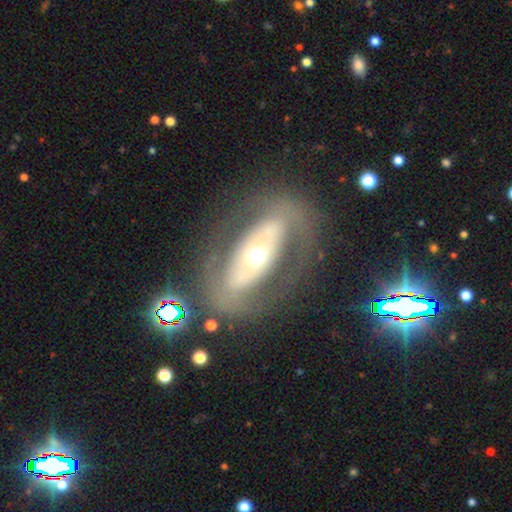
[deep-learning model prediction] A featured or disk galaxy (72%) with no bar (59%), no spiral arms (63%) and a moderate central bulge (65%). Merging: none (73%).